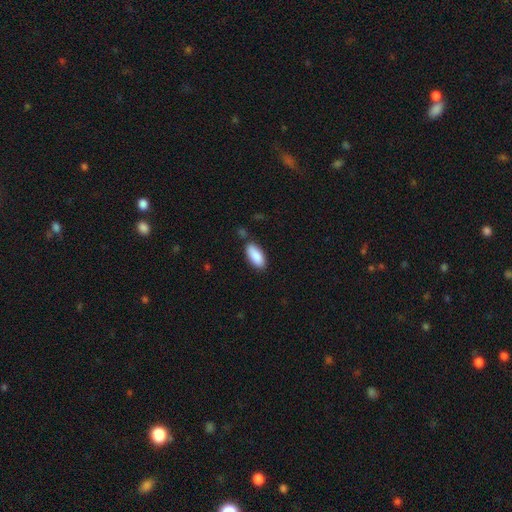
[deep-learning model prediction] smooth 89%, star or artifact 6%, featured or disk 5%. Down the decision tree: how rounded — in between (84%); merging — none (80%).